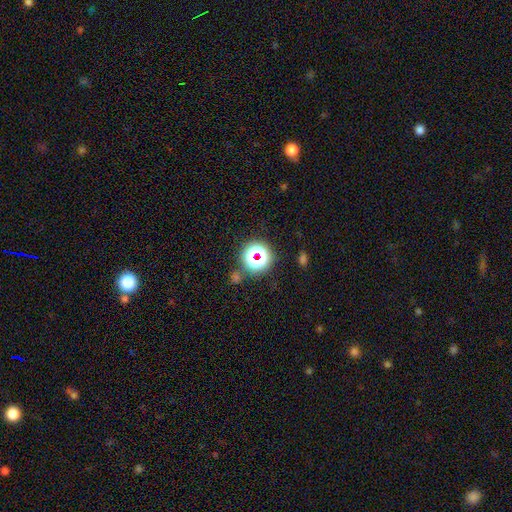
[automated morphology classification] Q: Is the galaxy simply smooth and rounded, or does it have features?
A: star or artifact — 57%.